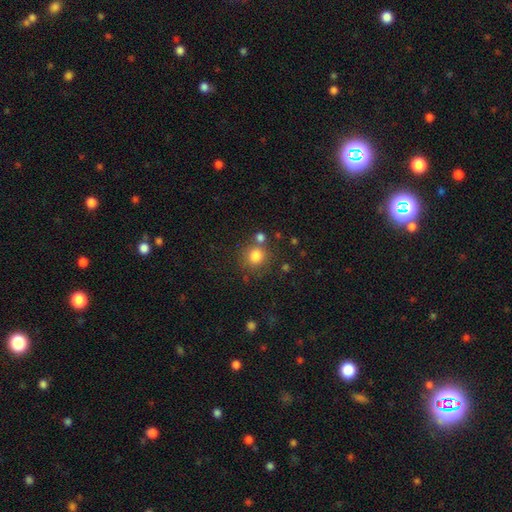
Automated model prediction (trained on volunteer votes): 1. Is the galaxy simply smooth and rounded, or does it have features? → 81% smooth, 12% star or artifact, 7% featured or disk.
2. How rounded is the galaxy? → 89% round, 10% in between, 1% cigar-shaped.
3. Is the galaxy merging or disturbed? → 70% none, 15% merger, 10% minor disturbance, 4% major disturbance.